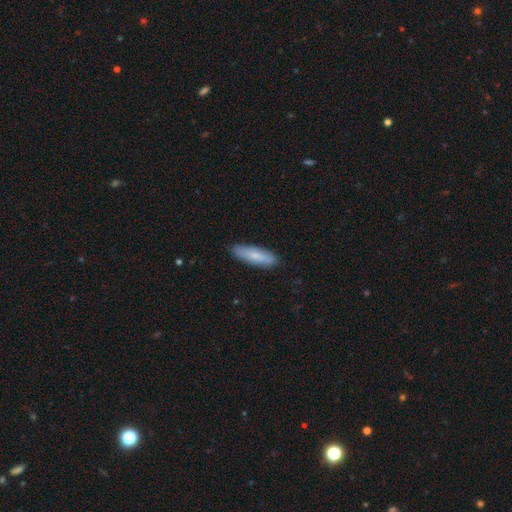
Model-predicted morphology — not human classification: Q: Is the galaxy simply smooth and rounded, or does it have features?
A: smooth — 76%.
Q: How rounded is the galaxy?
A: cigar-shaped — 53%.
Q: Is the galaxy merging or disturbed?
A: none — 86%.